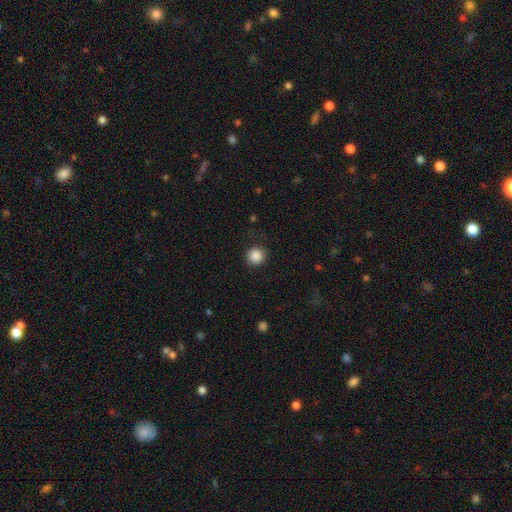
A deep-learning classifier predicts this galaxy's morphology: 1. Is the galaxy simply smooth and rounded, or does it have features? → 87% smooth, 9% star or artifact, 4% featured or disk.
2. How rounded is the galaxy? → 92% round, 7% in between, 1% cigar-shaped.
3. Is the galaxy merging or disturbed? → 85% none, 10% minor disturbance, 4% major disturbance, 1% merger.